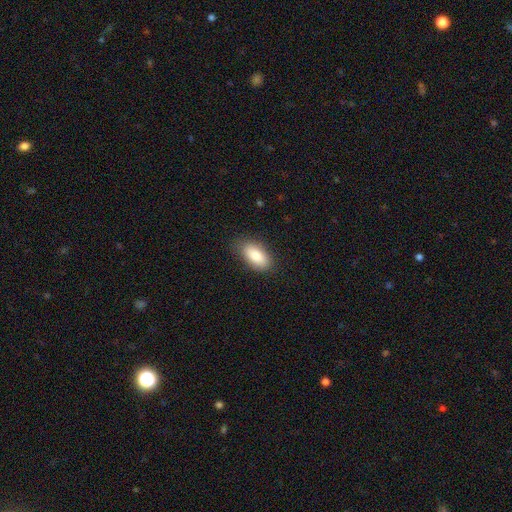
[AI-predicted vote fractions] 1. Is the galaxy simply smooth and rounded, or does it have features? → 83% smooth, 11% featured or disk, 7% star or artifact.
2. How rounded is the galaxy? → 91% in between, 6% cigar-shaped, 3% round.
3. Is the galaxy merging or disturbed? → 83% none, 13% minor disturbance, 3% major disturbance, 1% merger.